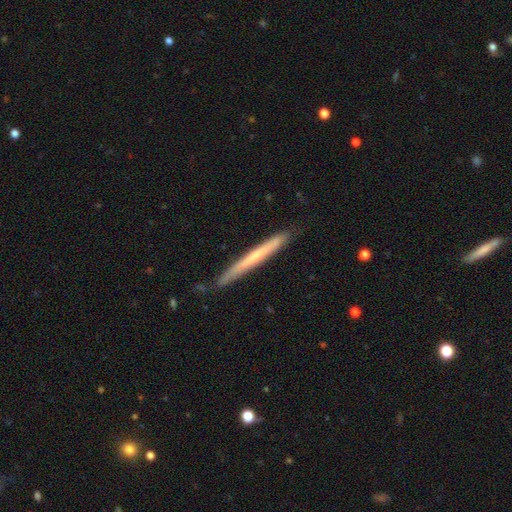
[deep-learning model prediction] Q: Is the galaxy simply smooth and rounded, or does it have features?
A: smooth — 49%.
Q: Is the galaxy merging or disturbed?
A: none — 86%.